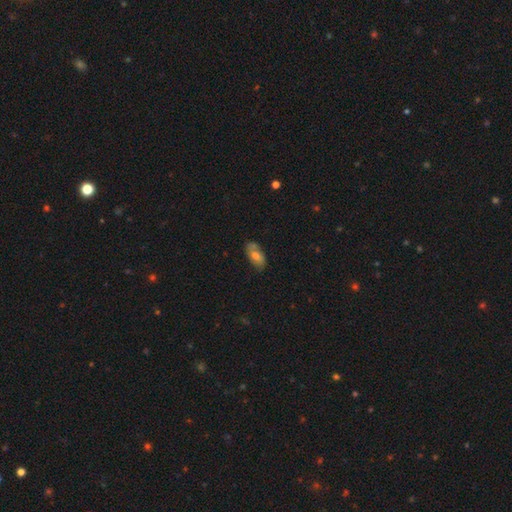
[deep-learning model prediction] Morphology: type=smooth (63%); roundness=in between (90%); merging=none (63%).